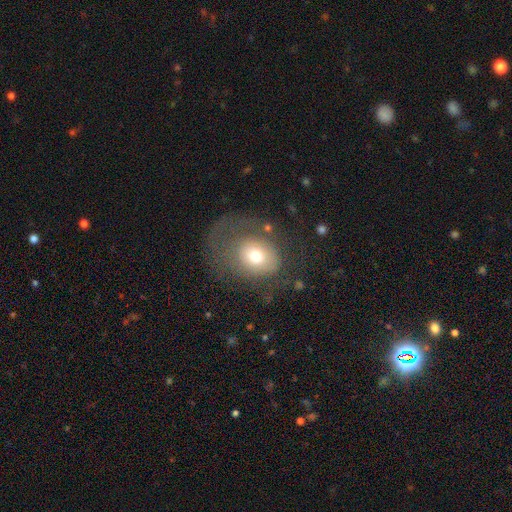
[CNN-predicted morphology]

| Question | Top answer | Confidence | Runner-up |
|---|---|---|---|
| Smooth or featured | smooth | 59% | featured or disk (30%) |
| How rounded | round | 58% | in between (41%) |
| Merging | major disturbance | 44% | none (35%) |